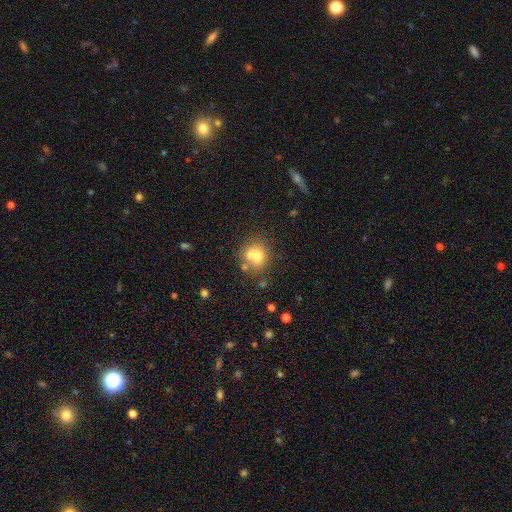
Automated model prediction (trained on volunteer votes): smooth_or_featured: smooth (p=0.67) [alt: featured or disk p=0.21]
how_rounded: round (p=0.80) [alt: in between p=0.19]
merging: none (p=0.46) [alt: merger p=0.37]